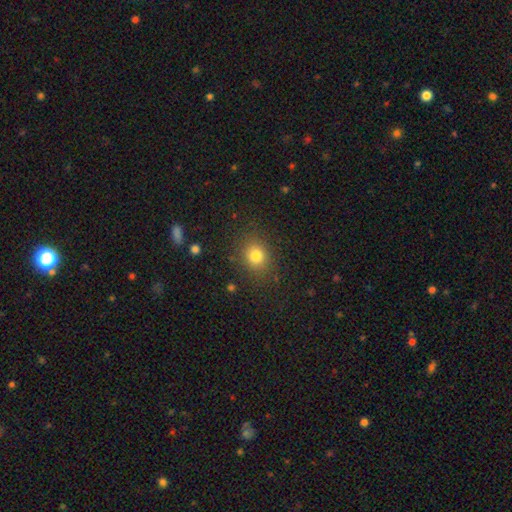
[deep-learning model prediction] The model was most divided on "how rounded": round: 66%, in between: 33%, cigar-shaped: 1%. More confident: merging — none (85%); smooth or featured — smooth (79%).